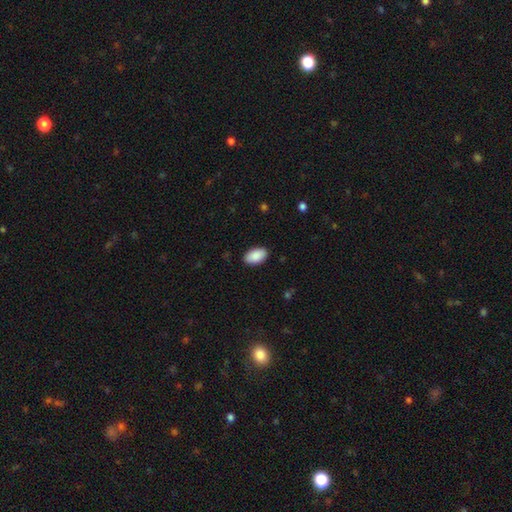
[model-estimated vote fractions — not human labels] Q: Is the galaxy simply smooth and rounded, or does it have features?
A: smooth — 90%.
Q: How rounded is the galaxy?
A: in between — 95%.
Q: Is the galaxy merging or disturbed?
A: none — 89%.